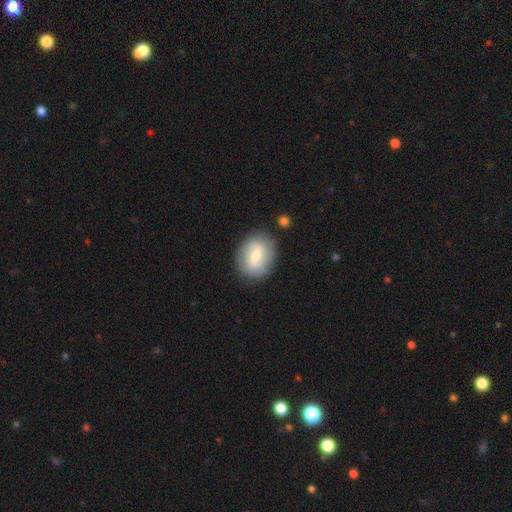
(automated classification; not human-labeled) This is possibly a smooth galaxy (51%). How rounded: possibly in between (52%). Merging: clearly none (81%).